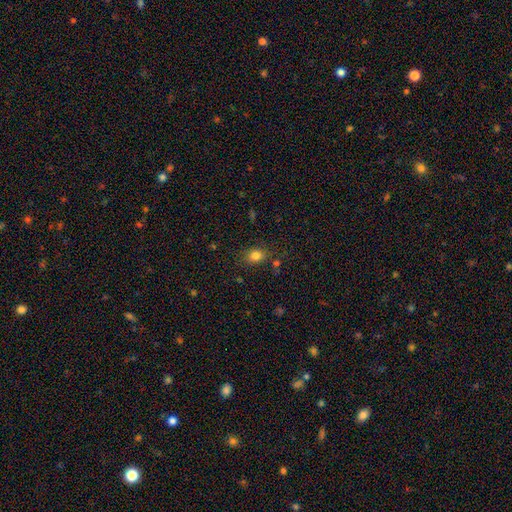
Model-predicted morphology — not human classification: The model was most divided on "how rounded": in between: 61%, round: 37%, cigar-shaped: 1%. More confident: smooth or featured — smooth (81%); merging — none (79%).